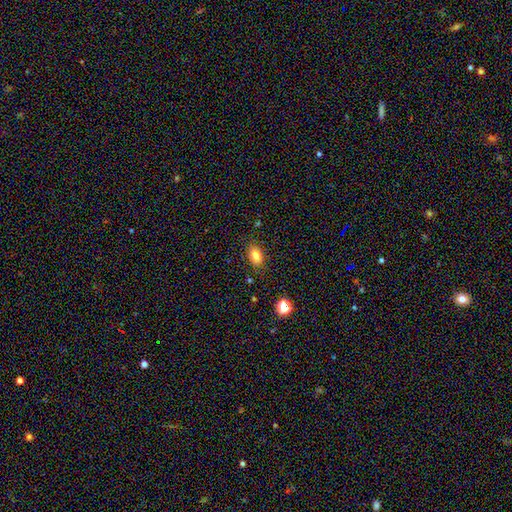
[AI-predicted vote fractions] smooth-or-featured: smooth: 82% | star or artifact: 10% | featured or disk: 8%
  how-rounded: in between: 85% | round: 13% | cigar-shaped: 2%
  merging: none: 84% | minor disturbance: 11% | major disturbance: 3% | merger: 2%